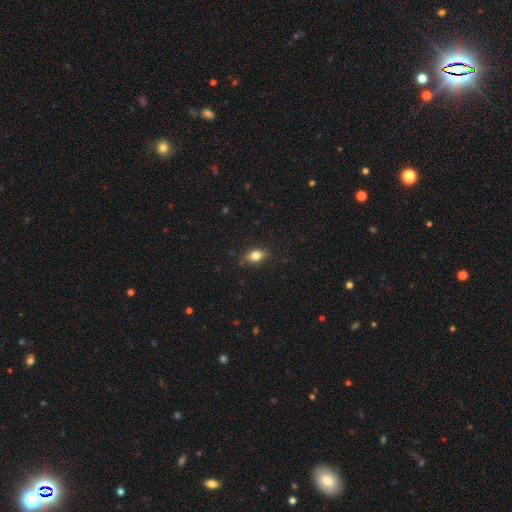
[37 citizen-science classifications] Volunteers were most divided on "how rounded": in between: 73%, round: 20%, cigar-shaped: 7%. More confident: smooth or featured — smooth (81%); merging — none (78%).